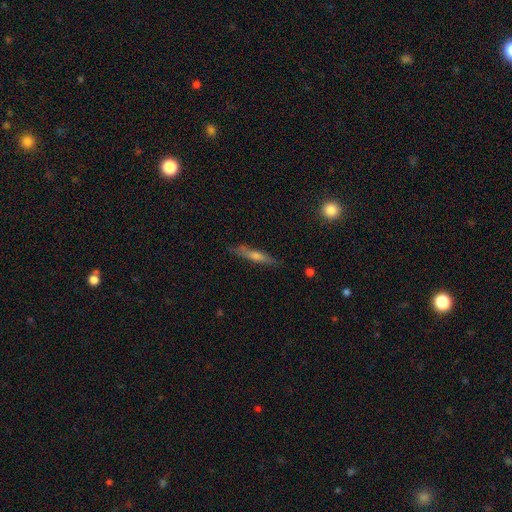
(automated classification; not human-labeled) The model was most divided on "smooth or featured": featured or disk: 60%, smooth: 31%, star or artifact: 10%. More confident: edge-on disk — yes (93%); merging — none (86%); edge-on bulge — rounded (73%).